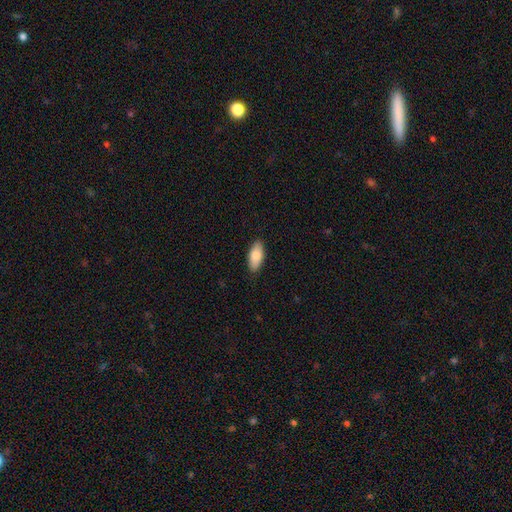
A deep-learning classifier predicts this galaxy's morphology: type=smooth (84%); roundness=in between (88%); merging=none (88%).